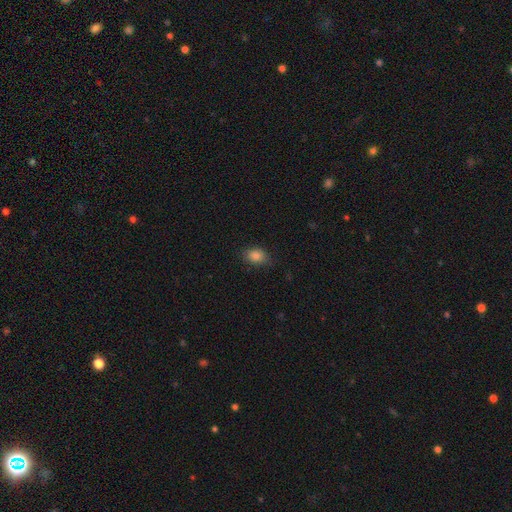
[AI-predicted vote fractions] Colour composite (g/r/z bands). It shows a smooth galaxy with no disk features (85%) that is in between round and cigar-shaped (72%). Merging: none (80%).